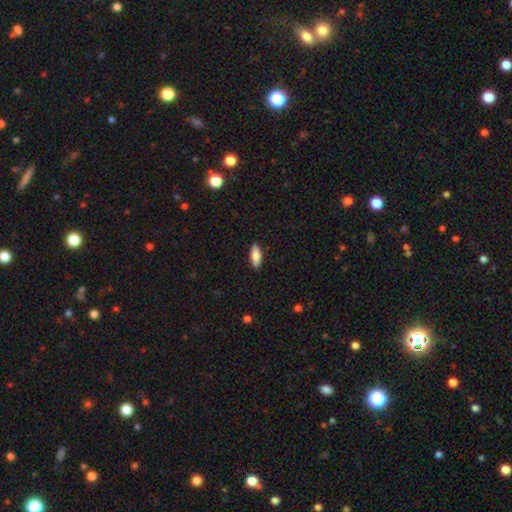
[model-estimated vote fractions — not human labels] The model was most divided on "how rounded": in between: 69%, cigar-shaped: 29%, round: 2%. More confident: merging — none (90%); smooth or featured — smooth (81%).